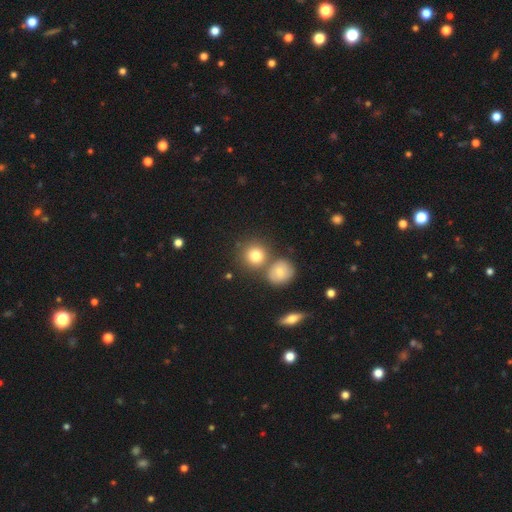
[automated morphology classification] The model was most divided on "merging": none: 65%, merger: 23%, minor disturbance: 9%, major disturbance: 3%. More confident: how rounded — round (88%); smooth or featured — smooth (79%).